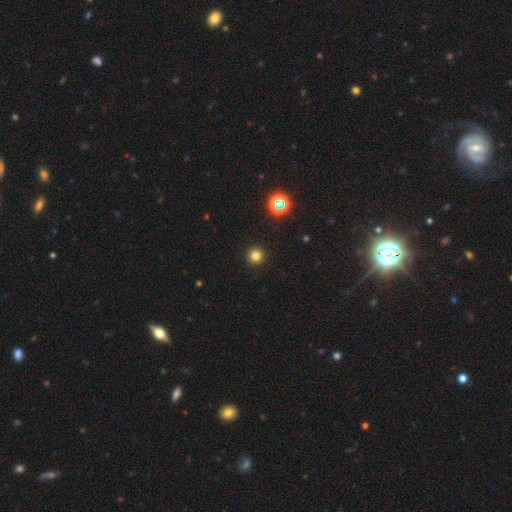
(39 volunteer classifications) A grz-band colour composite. It shows a smooth galaxy with no disk features (79%) that is round (97%). Merging: none (94%).